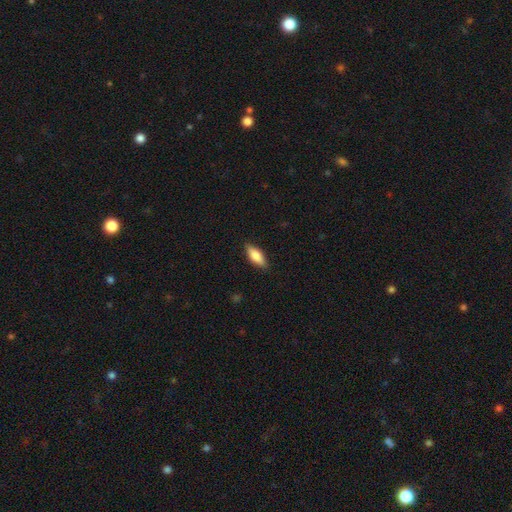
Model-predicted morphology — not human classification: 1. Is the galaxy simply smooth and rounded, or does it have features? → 78% smooth, 16% featured or disk, 6% star or artifact.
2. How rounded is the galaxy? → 74% in between, 24% cigar-shaped, 2% round.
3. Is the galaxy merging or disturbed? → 86% none, 11% minor disturbance, 2% major disturbance, 1% merger.